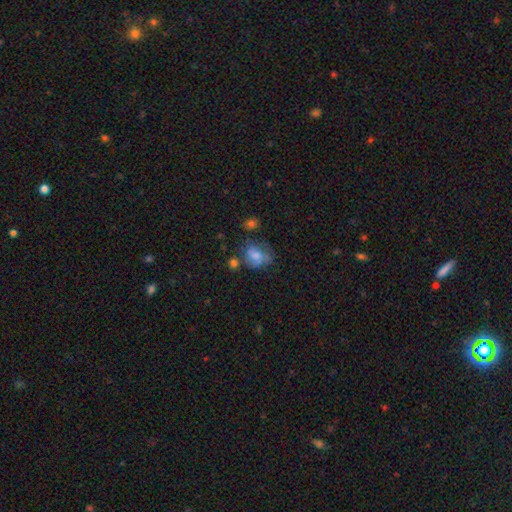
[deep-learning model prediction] smooth-or-featured: smooth: 58% | featured or disk: 31% | star or artifact: 11%
  how-rounded: in between: 60% | round: 39% | cigar-shaped: 1%
  merging: none: 37% | minor disturbance: 28% | major disturbance: 26% | merger: 9%